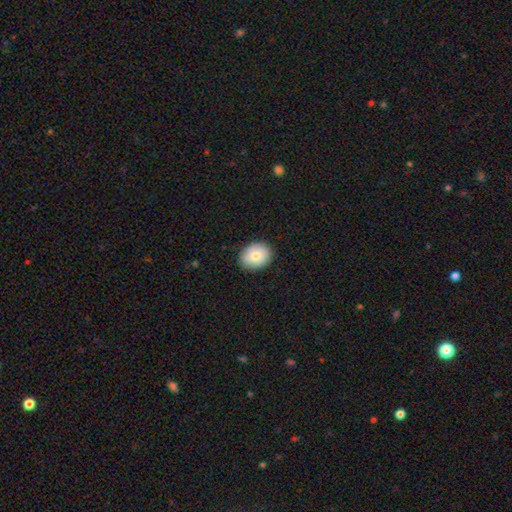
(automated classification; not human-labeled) Smooth or featured?
  - smooth: 78% *
  - featured or disk: 14%
  - star or artifact: 8%
How rounded?
  - in between: 50% *
  - round: 49%
  - cigar-shaped: 1%
Merging?
  - none: 87% *
  - minor disturbance: 10%
  - major disturbance: 2%
  - merger: 1%